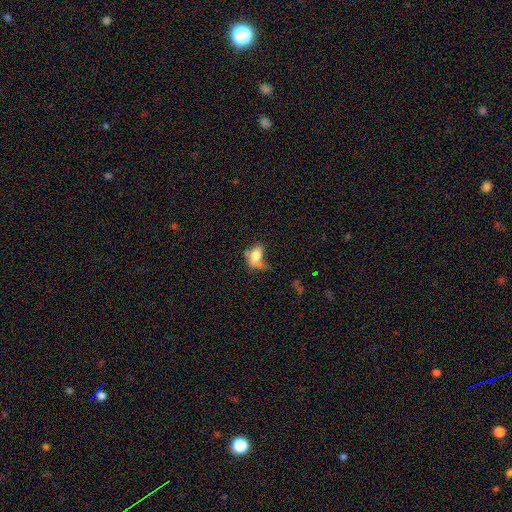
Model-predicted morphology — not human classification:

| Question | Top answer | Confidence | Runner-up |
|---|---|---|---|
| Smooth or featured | smooth | 66% | featured or disk (24%) |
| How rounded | in between | 79% | round (19%) |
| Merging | major disturbance | 40% | none (24%) |